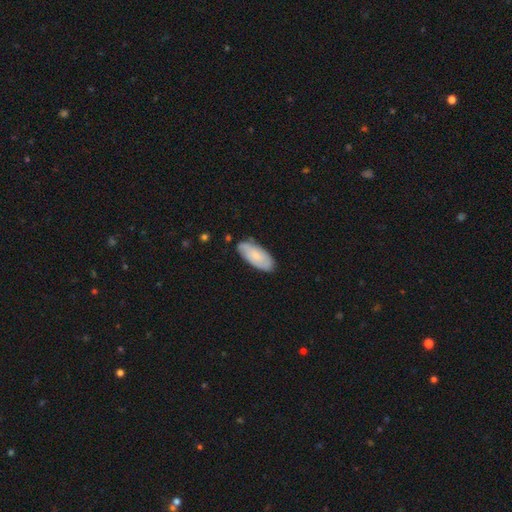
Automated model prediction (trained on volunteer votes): Smooth or featured? Predicted: smooth (p=0.59). How rounded? Predicted: in between (p=0.88). Merging? Predicted: none (p=0.79).